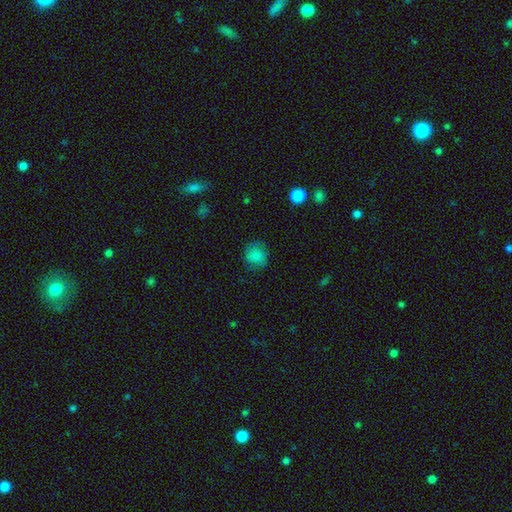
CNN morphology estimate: Smooth or featured? Predicted: smooth (p=0.83). How rounded? Predicted: round (p=0.83). Merging? Predicted: none (p=0.77).